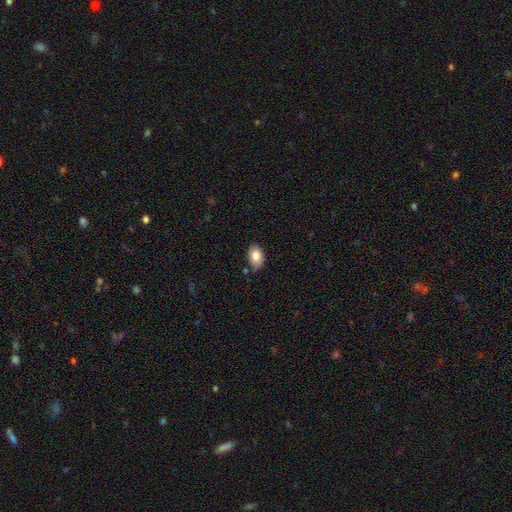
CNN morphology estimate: Smooth or featured? Predicted: smooth (p=0.82). How rounded? Predicted: in between (p=0.87). Merging? Predicted: none (p=0.79).